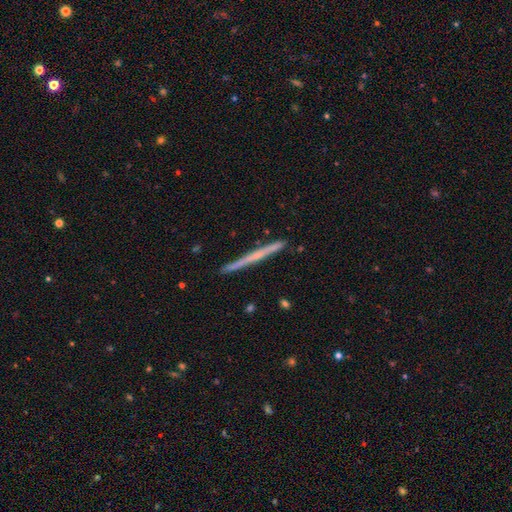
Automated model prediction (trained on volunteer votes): A featured or disk galaxy (60%) viewed edge-on (98%) with no central bulge (72%).

Vote fractions:
- Smooth or featured? featured or disk: 60% / smooth: 34% / star or artifact: 6%
- Edge-on disk? yes: 98% / no: 2%
- Edge-on bulge? none: 72% / rounded: 23% / boxy: 6%
- Merging? none: 90% / minor disturbance: 7% / merger: 1% / major disturbance: 1%